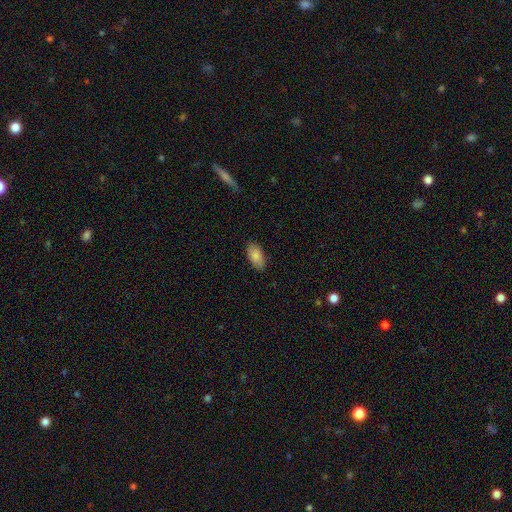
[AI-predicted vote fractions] Smooth or featured: smooth — 87% (featured or disk — 7%)
How rounded: in between — 94% (cigar-shaped — 3%)
Merging: none — 87% (minor disturbance — 10%)